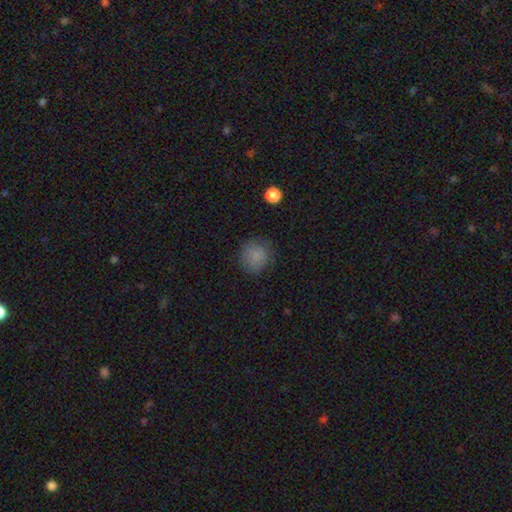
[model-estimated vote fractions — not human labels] Smooth or featured? Predicted: smooth (p=0.83). How rounded? Predicted: round (p=0.87). Merging? Predicted: none (p=0.79).